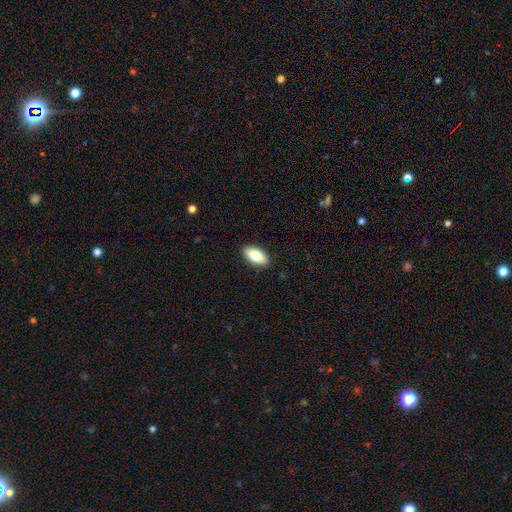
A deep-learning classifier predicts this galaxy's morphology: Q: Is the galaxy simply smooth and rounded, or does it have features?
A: smooth — 82%.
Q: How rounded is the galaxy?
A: in between — 90%.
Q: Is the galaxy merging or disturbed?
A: none — 89%.